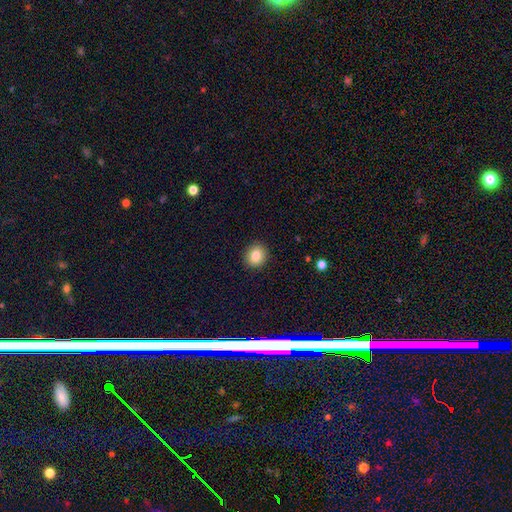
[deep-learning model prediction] Overall: smooth (85%). How rounded: round (70%). Merging: none (90%).